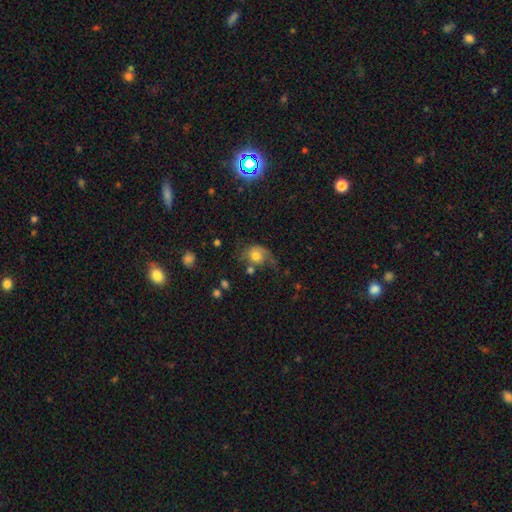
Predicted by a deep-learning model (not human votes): This is possibly a smooth galaxy (53%). How rounded: likely round (60%). Merging: marginally none (34%).